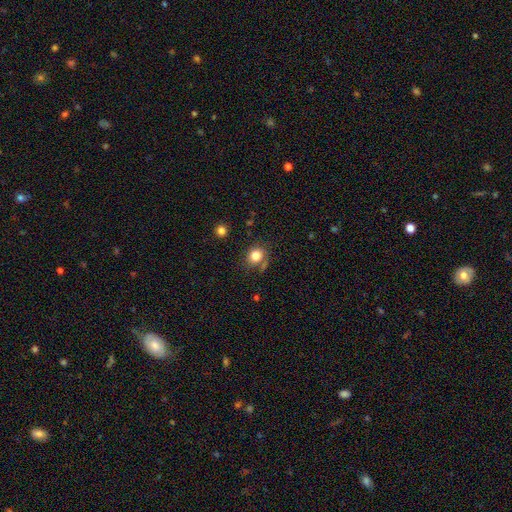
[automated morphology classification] Smooth or featured: smooth — 82% (star or artifact — 11%)
How rounded: round — 70% (in between — 29%)
Merging: none — 72% (minor disturbance — 15%)